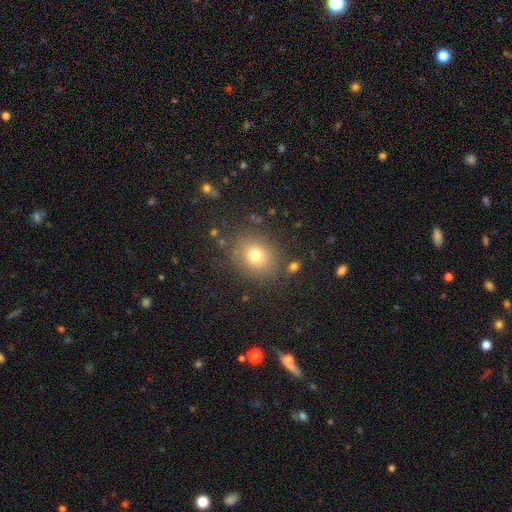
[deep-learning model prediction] Smooth or featured: smooth — 75% (star or artifact — 14%)
How rounded: round — 70% (in between — 29%)
Merging: none — 83% (minor disturbance — 10%)